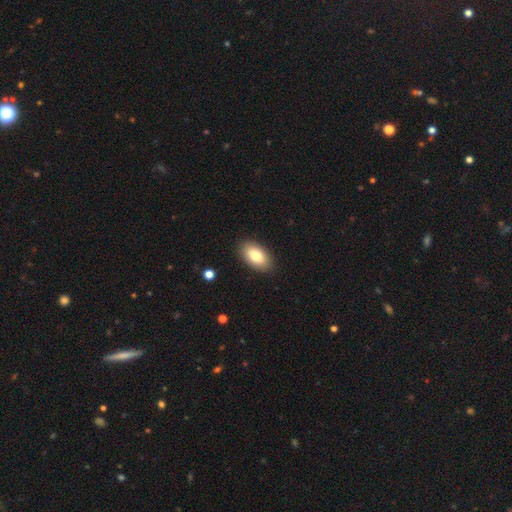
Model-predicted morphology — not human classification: The model was most divided on "smooth or featured": smooth: 80%, featured or disk: 13%, star or artifact: 7%. More confident: how rounded — in between (94%); merging — none (89%).